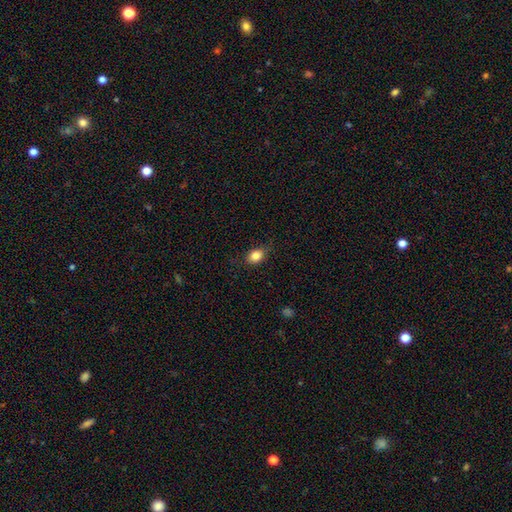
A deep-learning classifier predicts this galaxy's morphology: Smooth or featured? Predicted: smooth (p=0.84). How rounded? Predicted: in between (p=0.62). Merging? Predicted: none (p=0.79).